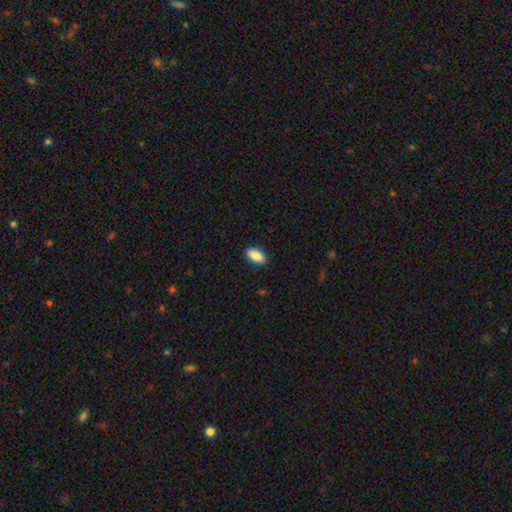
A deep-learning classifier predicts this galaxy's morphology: Smooth or featured? Predicted: smooth (p=0.90). How rounded? Predicted: in between (p=0.91). Merging? Predicted: none (p=0.90).